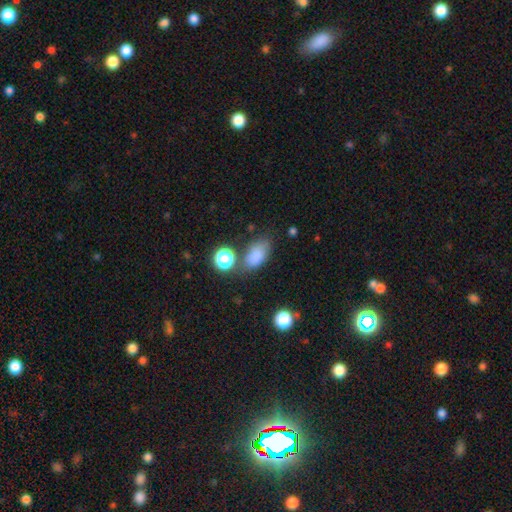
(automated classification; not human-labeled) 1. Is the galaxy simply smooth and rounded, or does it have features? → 81% smooth, 12% star or artifact, 8% featured or disk.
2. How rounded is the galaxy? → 86% in between, 11% round, 3% cigar-shaped.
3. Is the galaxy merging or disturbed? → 65% none, 20% minor disturbance, 9% merger, 6% major disturbance.